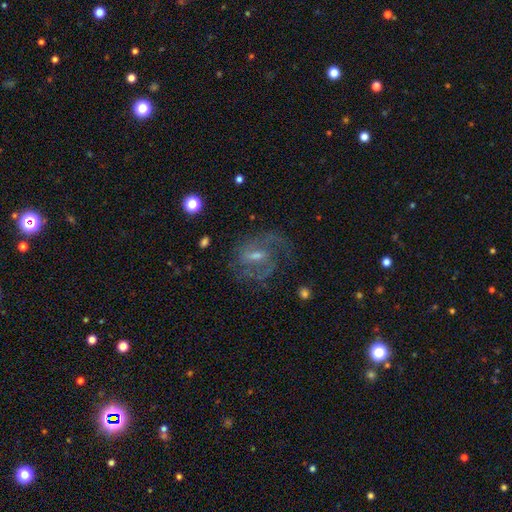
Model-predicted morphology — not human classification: A featured or disk galaxy (79%) with a weak bar (55%), 2 (59%) medium (51%) spiral arms (91%) and a small central bulge (47%).

Vote fractions:
- Smooth or featured? featured or disk: 79% / smooth: 12% / star or artifact: 9%
- Edge-on disk? no: 96% / yes: 4%
- Bar? weak: 55% / strong: 24% / no: 21%
- Spiral arms? yes: 91% / no: 9%
- Spiral winding? medium: 51% / tight: 27% / loose: 21%
- Spiral arm count? 2: 59% / can't tell: 18% / 1: 10% / 3: 9% / 4: 2% / more than 4: 2%
- Bulge size? small: 47% / moderate: 39% / none: 9% / large: 3% / dominant: 1%
- Merging? none: 63% / minor disturbance: 18% / major disturbance: 17% / merger: 2%